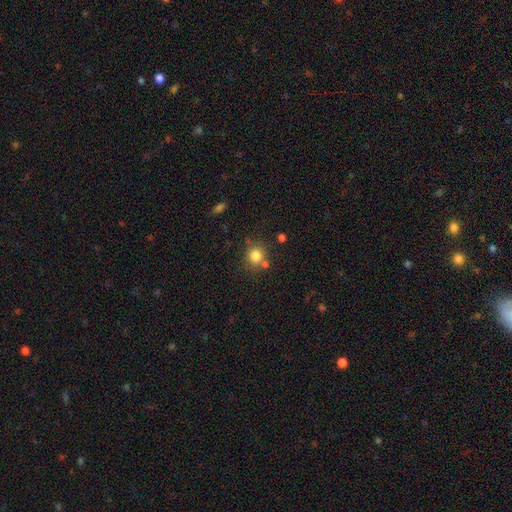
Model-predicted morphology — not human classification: Overall: smooth (81%). How rounded: round (85%). Merging: none (69%).